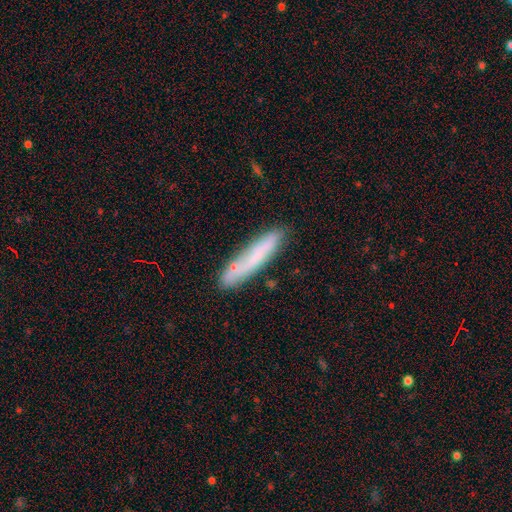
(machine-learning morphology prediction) smooth-or-featured: smooth: 65% | featured or disk: 28% | star or artifact: 7%
  how-rounded: cigar-shaped: 88% | in between: 10% | round: 1%
  merging: none: 73% | minor disturbance: 17% | merger: 6% | major disturbance: 4%